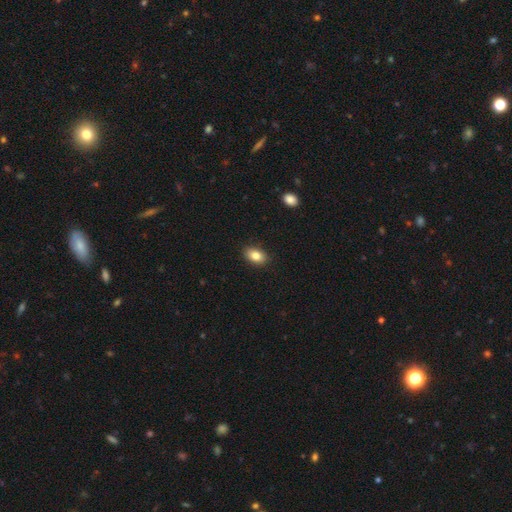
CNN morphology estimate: Overall: smooth (85%). How rounded: in between (88%). Merging: none (88%).